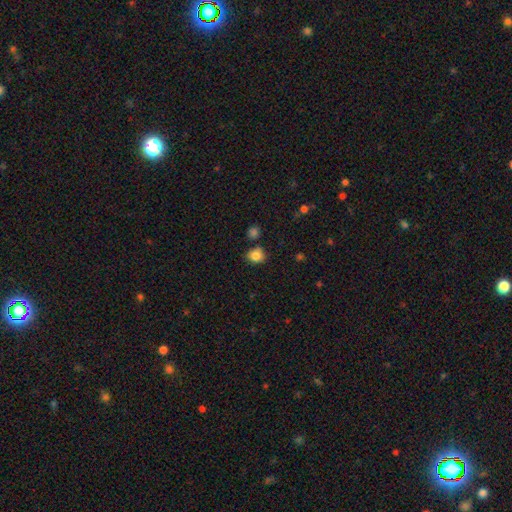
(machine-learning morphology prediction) Q: Smooth or featured?
A: smooth (84%); runner-up: star or artifact (11%)
Q: How rounded?
A: round (75%); runner-up: in between (24%)
Q: Merging?
A: none (77%); runner-up: minor disturbance (13%)